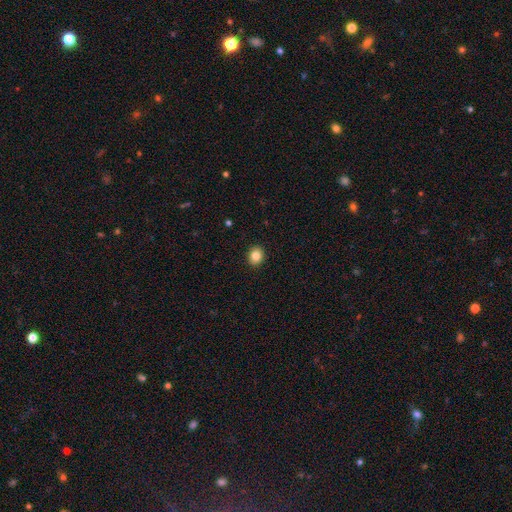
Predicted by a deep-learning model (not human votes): smooth-or-featured: smooth: 84% | star or artifact: 10% | featured or disk: 7%
  how-rounded: round: 64% | in between: 35% | cigar-shaped: 1%
  merging: none: 92% | minor disturbance: 6% | major disturbance: 2% | merger: 1%